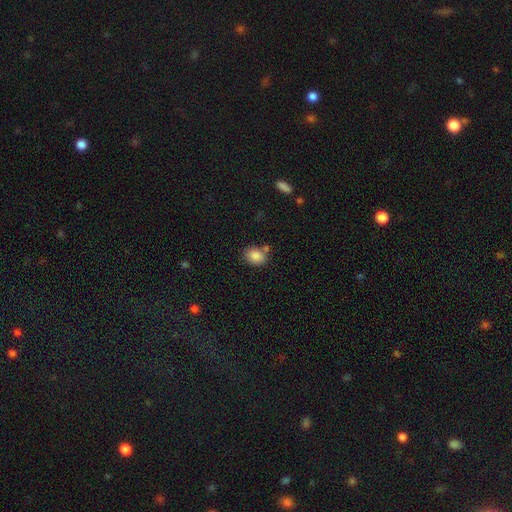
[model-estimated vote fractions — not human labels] Overall: smooth (86%). How rounded: in between (63%; round 36%). Merging: none (68%).